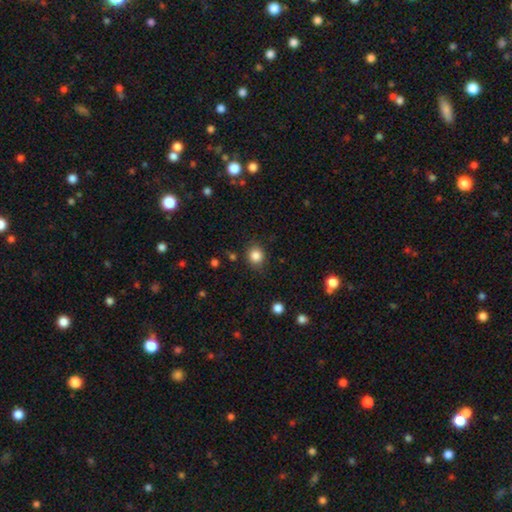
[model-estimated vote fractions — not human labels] Overall: smooth (85%). How rounded: round (75%). Merging: none (84%).